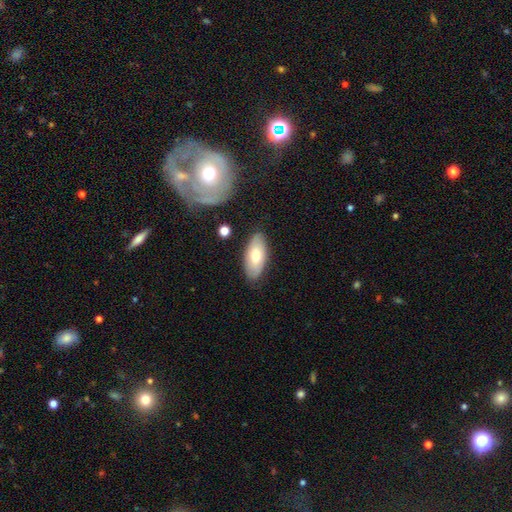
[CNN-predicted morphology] A smooth galaxy with no disk features (65%) that is in between round and cigar-shaped (91%).

Vote fractions:
- Smooth or featured? smooth: 65% / featured or disk: 28% / star or artifact: 6%
- How rounded? in between: 91% / cigar-shaped: 7% / round: 3%
- Merging? none: 83% / minor disturbance: 13% / major disturbance: 3% / merger: 2%